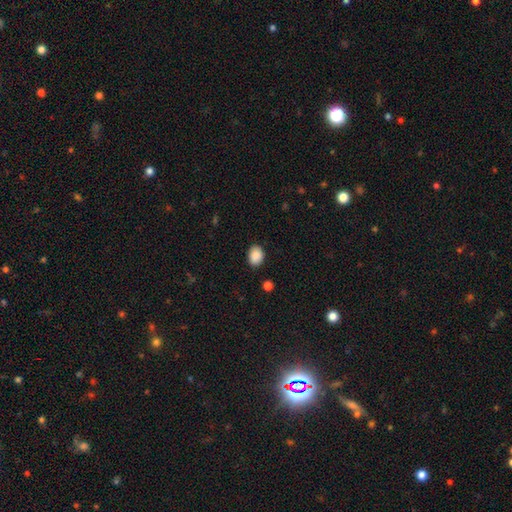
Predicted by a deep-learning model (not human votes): smooth-or-featured: smooth: 90% | star or artifact: 8% | featured or disk: 3%
  how-rounded: in between: 64% | round: 35% | cigar-shaped: 1%
  merging: none: 86% | minor disturbance: 10% | major disturbance: 2% | merger: 1%